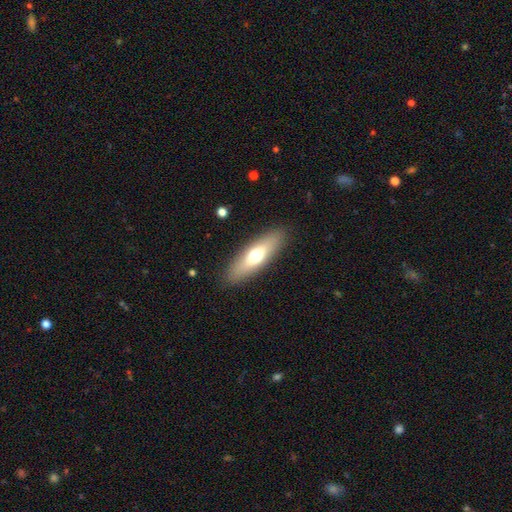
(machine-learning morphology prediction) Overall: smooth (60%; featured or disk 33%). How rounded: cigar-shaped (51%; in between 47%). Merging: none (89%).